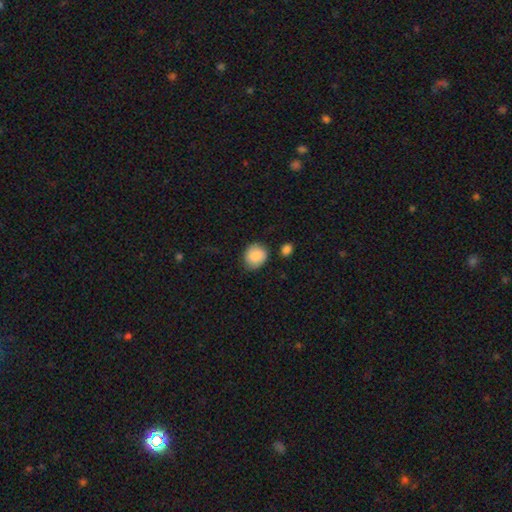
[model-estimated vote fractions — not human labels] A smooth galaxy with no disk features (84%) that is round (71%).

Vote fractions:
- Smooth or featured? smooth: 84% / featured or disk: 8% / star or artifact: 8%
- How rounded? round: 71% / in between: 28% / cigar-shaped: 1%
- Merging? none: 73% / minor disturbance: 19% / merger: 4% / major disturbance: 4%